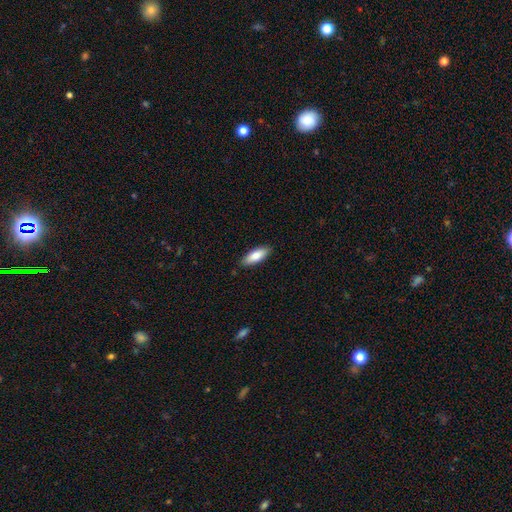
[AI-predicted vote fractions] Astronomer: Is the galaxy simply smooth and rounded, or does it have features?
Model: smooth — 79%.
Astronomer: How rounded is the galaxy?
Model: in between — 73%.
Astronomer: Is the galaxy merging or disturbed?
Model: none — 87%.